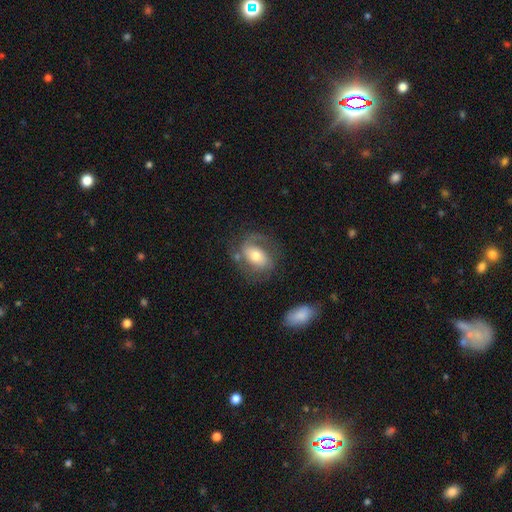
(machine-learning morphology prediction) This appears to be a featured or disk galaxy (64%) with no bar (43%), 2 (73%) medium (46%) spiral arms (84%) and a moderate central bulge (64%). Merging: none (60%).